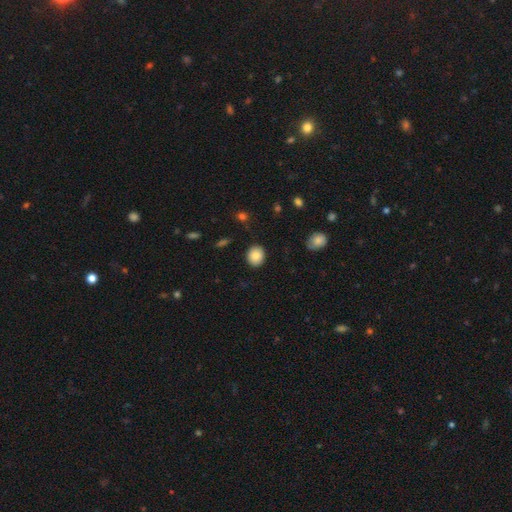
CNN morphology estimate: A smooth galaxy with no disk features (85%) that is round (69%). Merging: none (89%).